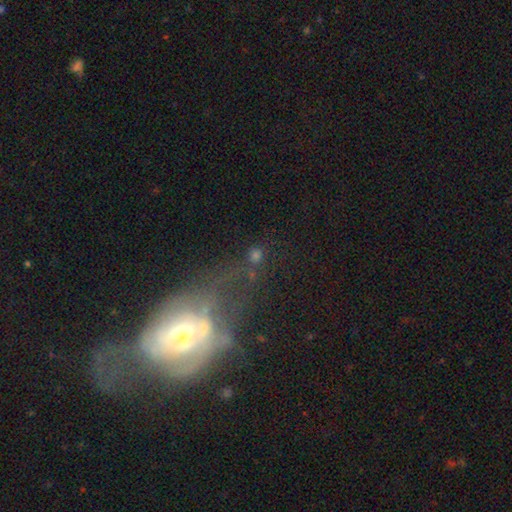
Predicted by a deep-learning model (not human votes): Smooth or featured?
  - smooth: 42% *
  - star or artifact: 33%
  - featured or disk: 25%
Merging?
  - none: 54% *
  - merger: 18%
  - major disturbance: 15%
  - minor disturbance: 13%